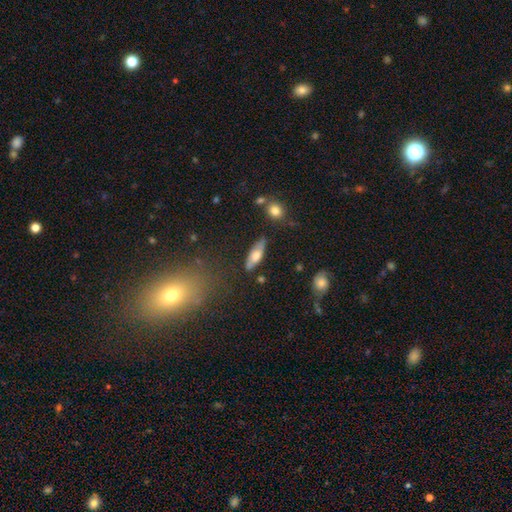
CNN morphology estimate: Smooth or featured? Predicted: smooth (p=0.60). How rounded? Predicted: in between (p=0.58). Merging? Predicted: none (p=0.75).